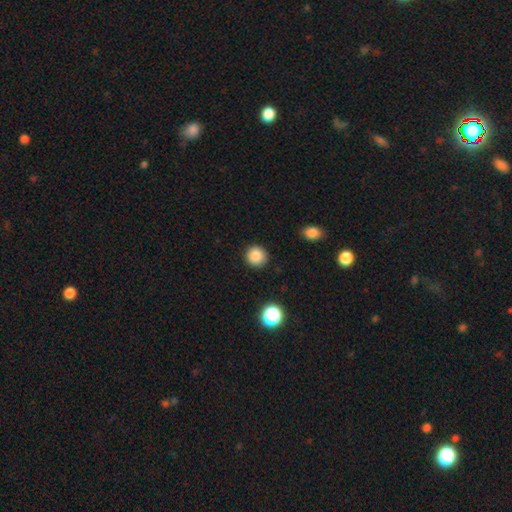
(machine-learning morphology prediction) Overall: smooth (86%). How rounded: round (92%). Merging: none (91%).